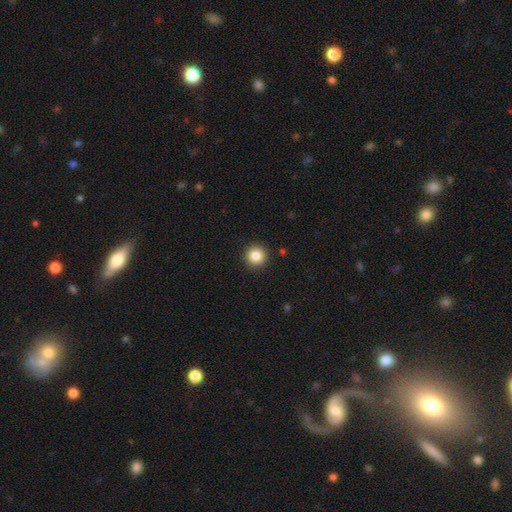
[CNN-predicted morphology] Overall: smooth (85%). How rounded: round (96%). Merging: none (92%).